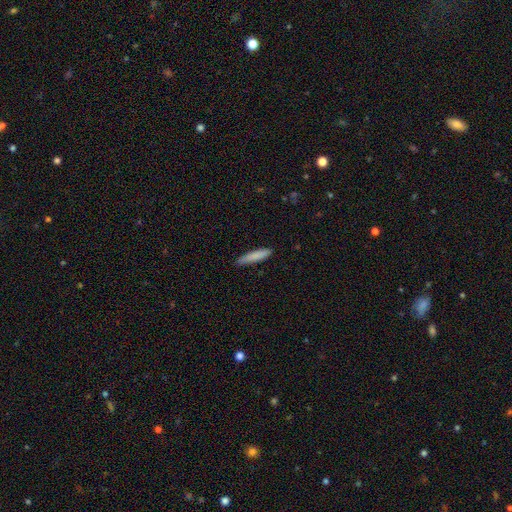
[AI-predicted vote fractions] The model was most divided on "merging": none: 84%, minor disturbance: 13%, major disturbance: 2%, merger: 1%. More confident: how rounded — cigar-shaped (87%); smooth or featured — smooth (84%).